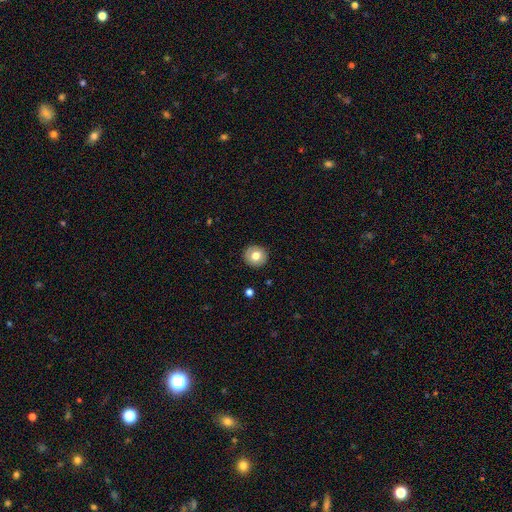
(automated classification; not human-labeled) Smooth or featured: smooth — 76% (featured or disk — 15%)
How rounded: round — 91% (in between — 8%)
Merging: none — 91% (minor disturbance — 6%)